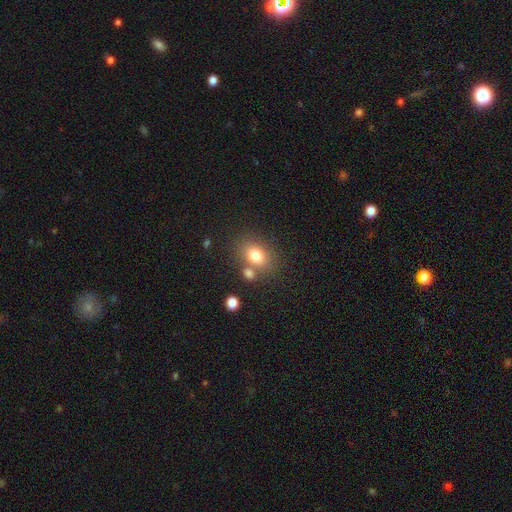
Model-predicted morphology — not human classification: type=smooth (78%); roundness=in between (65%); merging=none (65%).